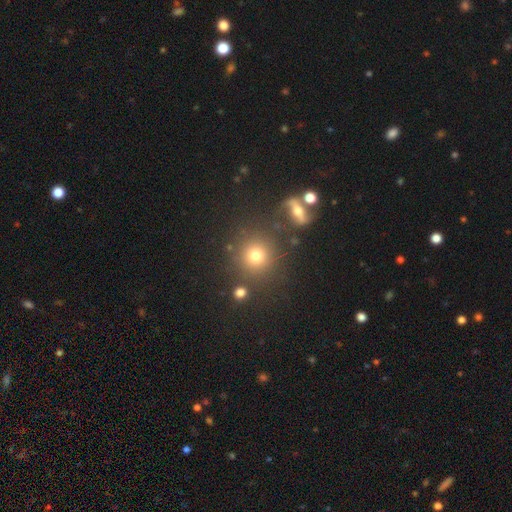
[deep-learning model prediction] smooth-or-featured: smooth: 75% | star or artifact: 15% | featured or disk: 10%
  how-rounded: round: 91% | in between: 7% | cigar-shaped: 1%
  merging: none: 79% | minor disturbance: 9% | merger: 8% | major disturbance: 4%